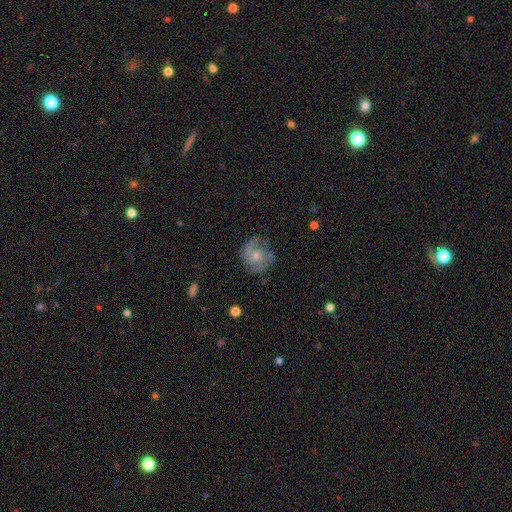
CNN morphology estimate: Smooth or featured? featured or disk (64%)
Edge-on disk? no (98%)
Bar? no (71%)
Spiral arms? yes (86%)
Spiral winding? medium (46%)
Spiral arm count? 2 (55%)
Bulge size? small (50%)
Merging? none (69%)